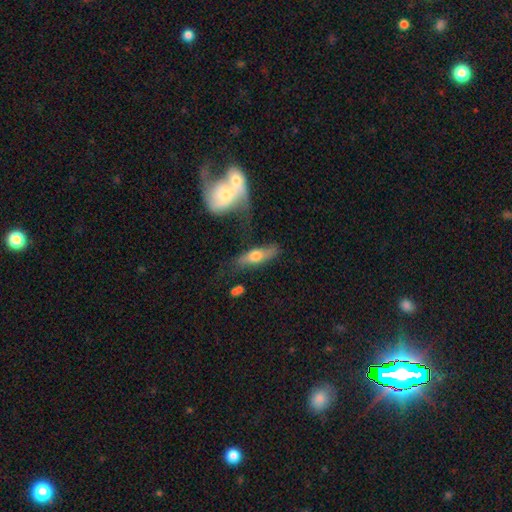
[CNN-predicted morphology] smooth 51%, featured or disk 42%, star or artifact 7%. Down the decision tree: how rounded — cigar-shaped (50%); merging — none (60%).